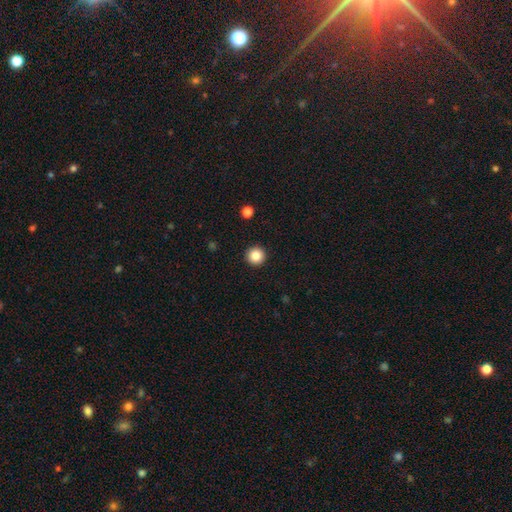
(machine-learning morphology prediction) Overall: smooth (86%). How rounded: round (96%). Merging: none (93%).